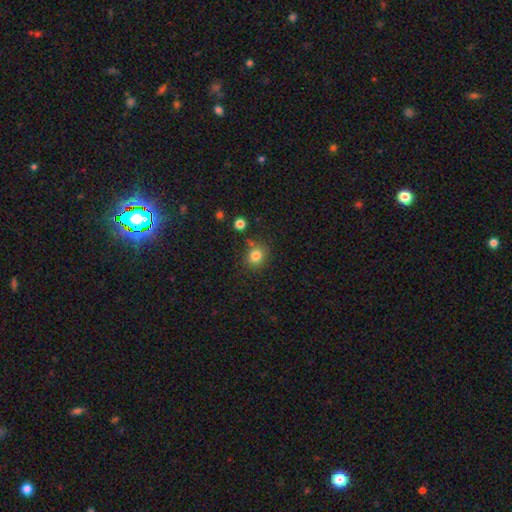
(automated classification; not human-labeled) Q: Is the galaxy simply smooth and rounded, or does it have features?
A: smooth — 81%.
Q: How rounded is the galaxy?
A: round — 73%.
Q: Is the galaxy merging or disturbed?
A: none — 75%.